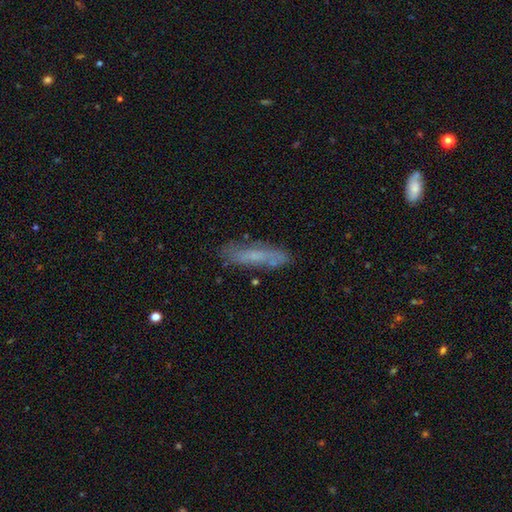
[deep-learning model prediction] A smooth galaxy with no disk features (51%) that is cigar-shaped (75%). Merging: none (77%).